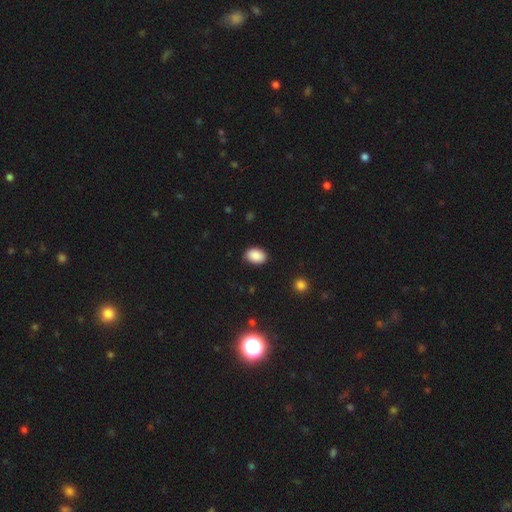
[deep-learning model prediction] Morphology: type=smooth (89%); roundness=in between (82%); merging=none (87%).